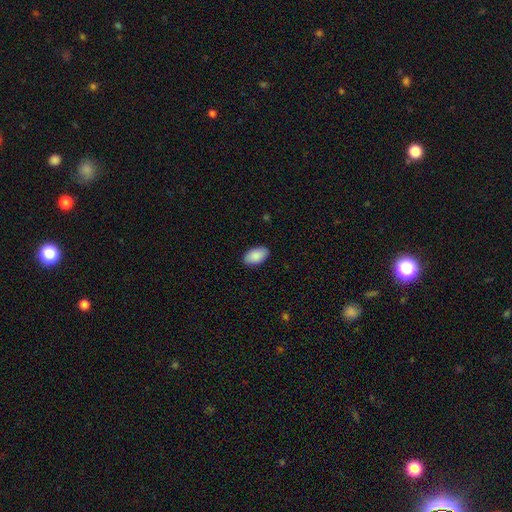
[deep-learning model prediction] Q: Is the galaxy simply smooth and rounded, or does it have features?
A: smooth — 90%.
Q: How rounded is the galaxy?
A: in between — 95%.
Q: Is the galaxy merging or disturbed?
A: none — 88%.